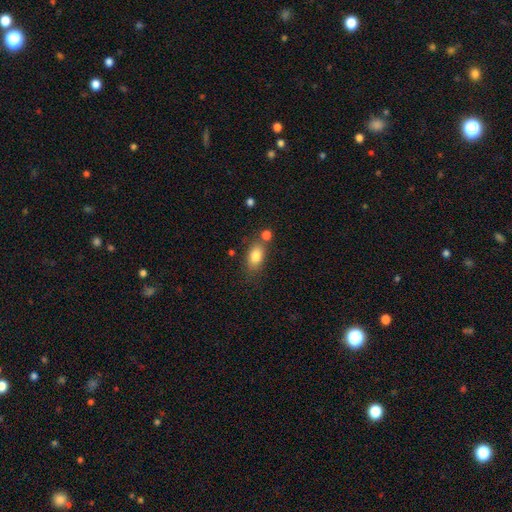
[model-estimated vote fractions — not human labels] This appears to be a smooth galaxy with no disk features (82%) that is in between round and cigar-shaped (85%). Merging: none (65%).